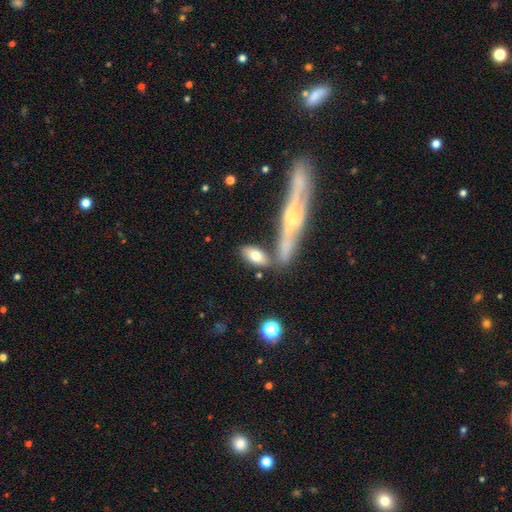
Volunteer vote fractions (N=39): Q: Smooth or featured?
A: smooth (67%); runner-up: featured or disk (23%)
Q: How rounded?
A: in between (88%); runner-up: cigar-shaped (12%)
Q: Merging?
A: none (66%); runner-up: merger (17%)